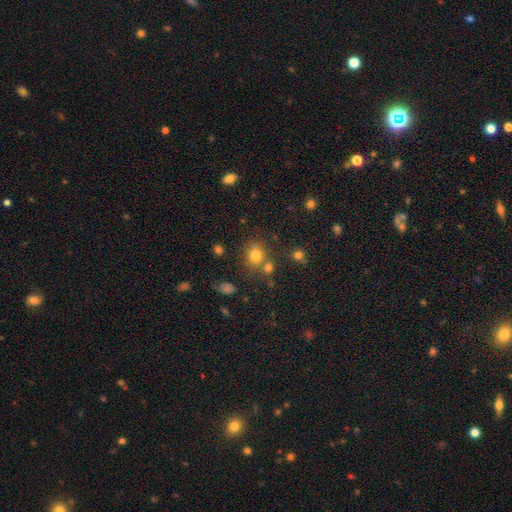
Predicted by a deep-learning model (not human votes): This is likely a smooth galaxy (76%). How rounded: likely round (65%). Merging: likely none (65%).